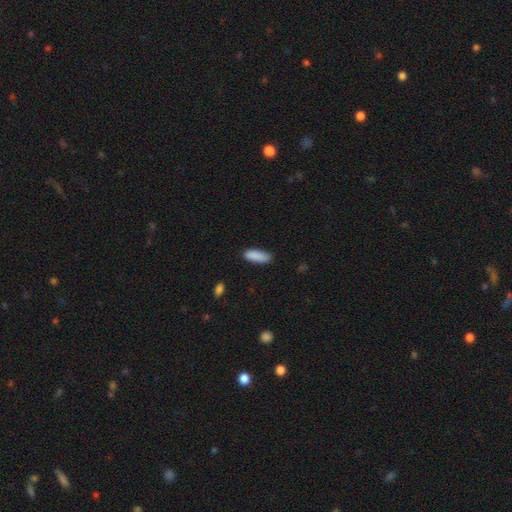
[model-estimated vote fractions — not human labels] smooth_or_featured: smooth (p=0.89) [alt: star or artifact p=0.07]
how_rounded: in between (p=0.65) [alt: cigar-shaped p=0.33]
merging: none (p=0.81) [alt: minor disturbance p=0.15]